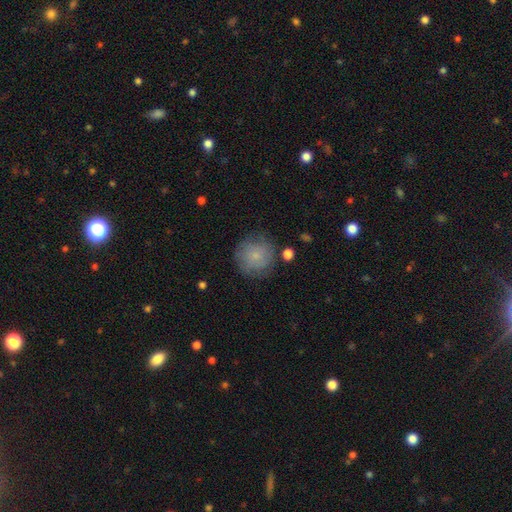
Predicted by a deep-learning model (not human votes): Smooth or featured? smooth (73%)
How rounded? round (91%)
Merging? none (73%)